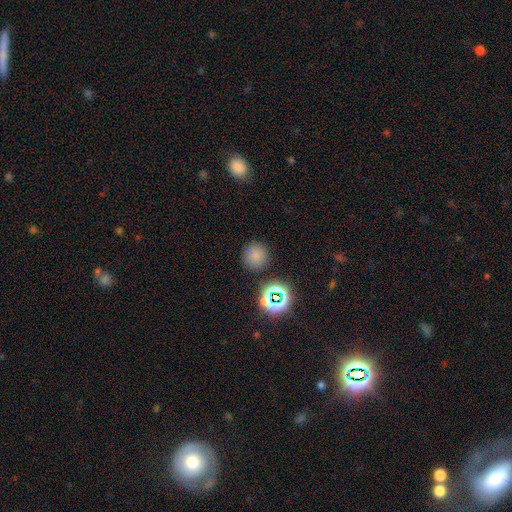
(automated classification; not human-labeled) Overall: smooth (73%). How rounded: round (92%). Merging: none (84%).